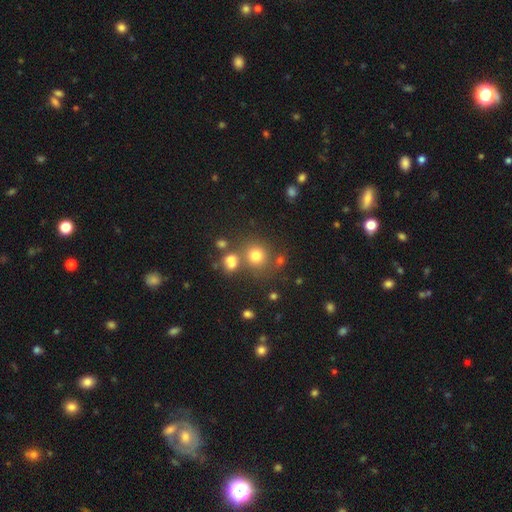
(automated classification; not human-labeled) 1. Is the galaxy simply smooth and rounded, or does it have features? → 74% smooth, 16% star or artifact, 9% featured or disk.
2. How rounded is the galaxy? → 87% round, 12% in between, 1% cigar-shaped.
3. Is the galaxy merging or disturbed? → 68% none, 17% merger, 10% minor disturbance, 5% major disturbance.